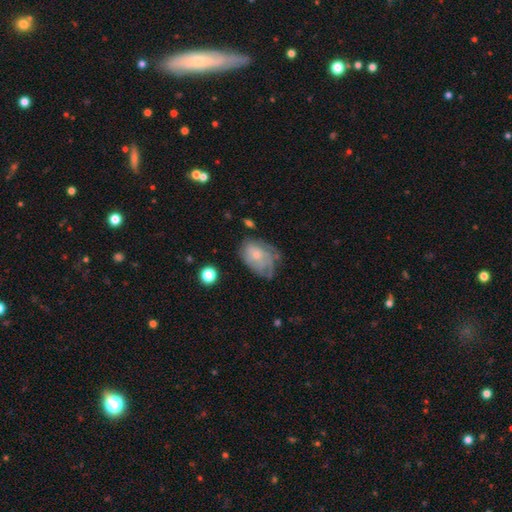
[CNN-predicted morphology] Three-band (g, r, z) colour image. It shows a featured or disk galaxy (52%). Merging: none (44%).